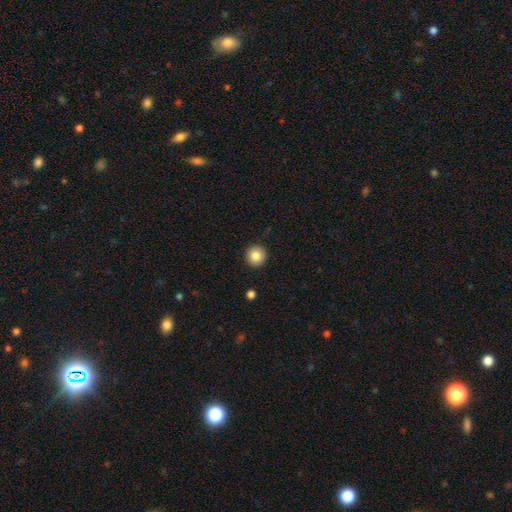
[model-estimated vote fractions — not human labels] Smooth or featured? smooth (84%)
How rounded? round (95%)
Merging? none (92%)